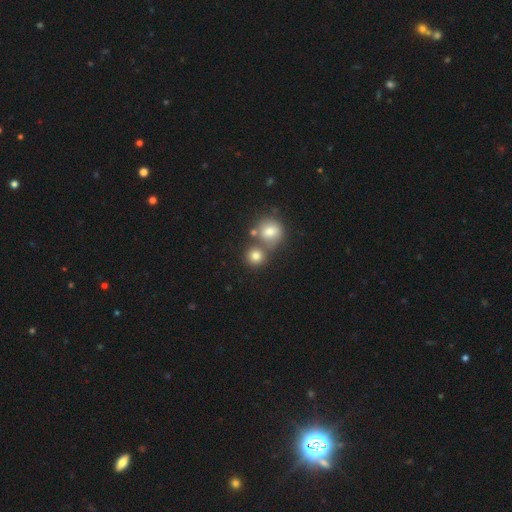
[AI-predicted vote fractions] Overall: smooth (79%). How rounded: round (88%). Merging: none (57%; merger 31%).